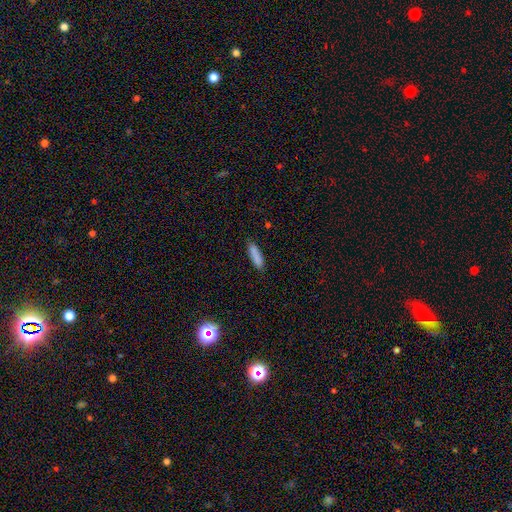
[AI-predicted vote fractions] A smooth galaxy with no disk features (87%) that is cigar-shaped (67%).

Vote fractions:
- Smooth or featured? smooth: 87% / star or artifact: 7% / featured or disk: 6%
- How rounded? cigar-shaped: 67% / in between: 31% / round: 1%
- Merging? none: 86% / minor disturbance: 10% / major disturbance: 2% / merger: 1%